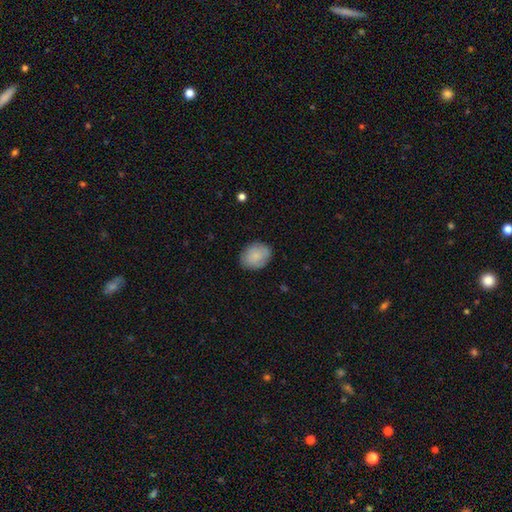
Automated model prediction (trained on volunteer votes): Morphology: type=smooth (82%); roundness=in between (58%); merging=none (83%).